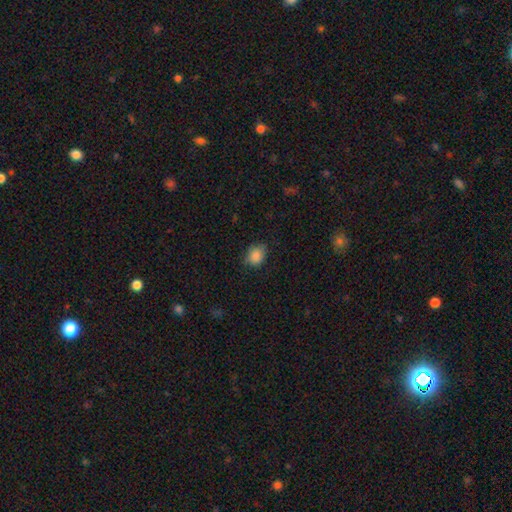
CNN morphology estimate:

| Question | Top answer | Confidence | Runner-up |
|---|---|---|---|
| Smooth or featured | smooth | 86% | star or artifact (9%) |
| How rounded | round | 55% | in between (44%) |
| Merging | none | 74% | minor disturbance (21%) |